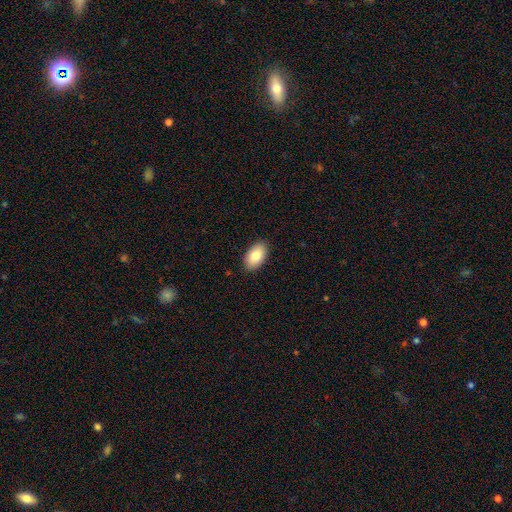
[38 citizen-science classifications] This appears to be a smooth galaxy with no disk features (76%) that is in between round and cigar-shaped (83%). Merging: none (83%).